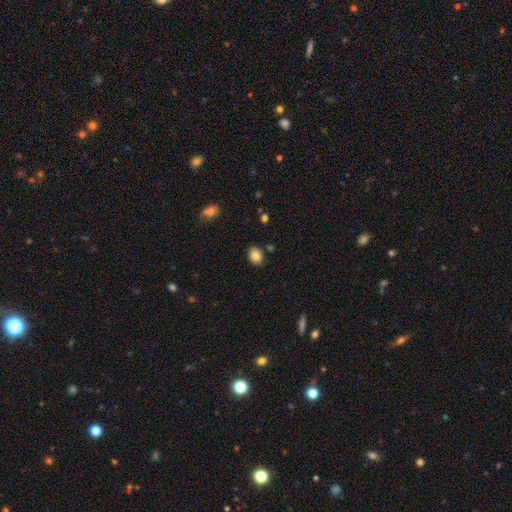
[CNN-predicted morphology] smooth-or-featured: smooth: 83% | star or artifact: 9% | featured or disk: 8%
  how-rounded: round: 50% | in between: 49% | cigar-shaped: 1%
  merging: none: 84% | minor disturbance: 10% | merger: 4% | major disturbance: 2%